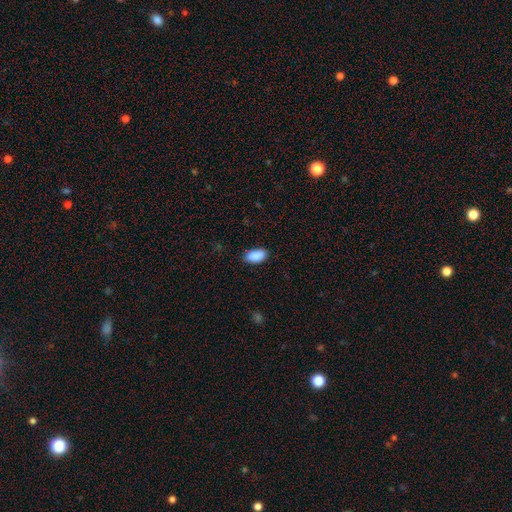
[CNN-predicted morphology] The model was most divided on "merging": none: 85%, minor disturbance: 11%, major disturbance: 2%, merger: 1%. More confident: how rounded — in between (94%); smooth or featured — smooth (90%).